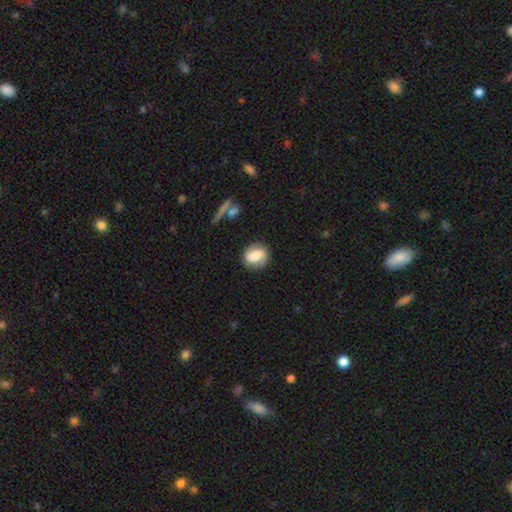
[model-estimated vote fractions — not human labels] Smooth or featured? smooth (57%)
How rounded? round (57%)
Merging? none (76%)